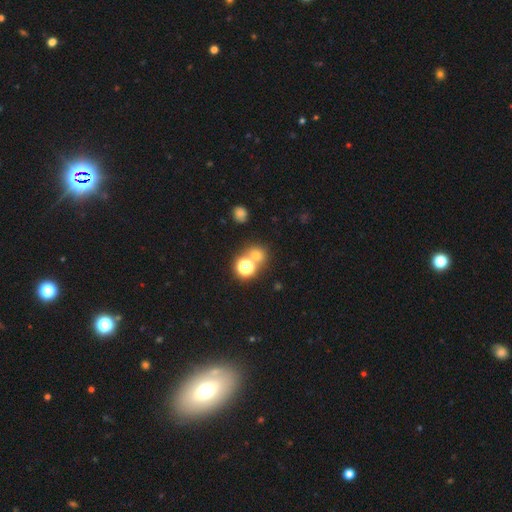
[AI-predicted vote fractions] Smooth or featured? smooth (63%)
How rounded? round (84%)
Merging? none (63%)